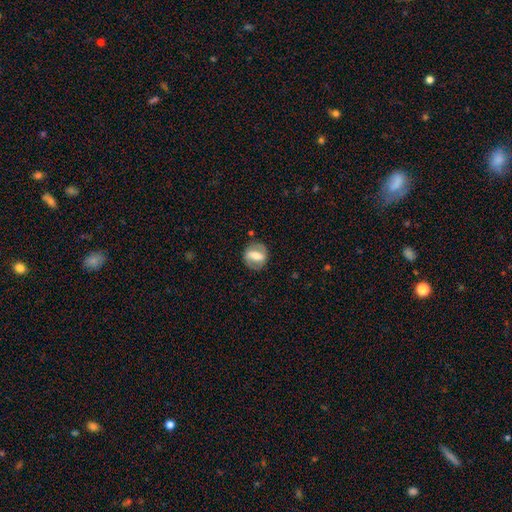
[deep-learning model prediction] This appears to be a featured or disk galaxy (51%). Merging: none (80%).